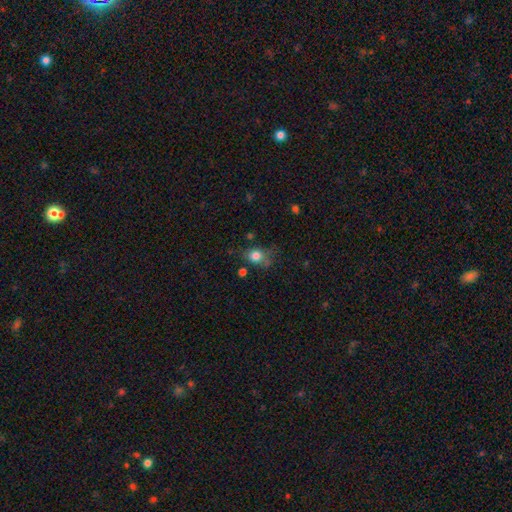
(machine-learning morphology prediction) smooth_or_featured: smooth (p=0.79) [alt: star or artifact p=0.12]
how_rounded: round (p=0.57) [alt: in between p=0.42]
merging: none (p=0.57) [alt: minor disturbance p=0.26]